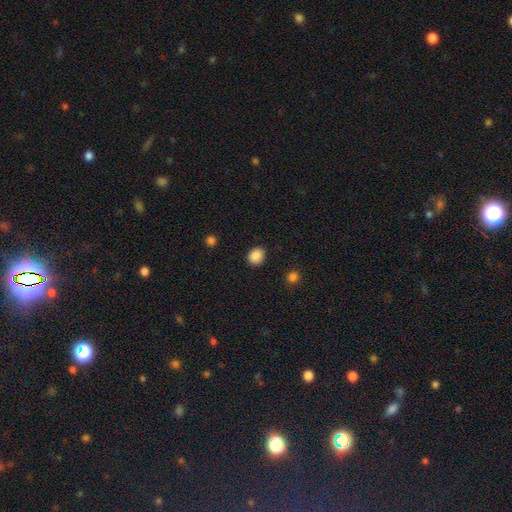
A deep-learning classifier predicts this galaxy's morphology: Smooth or featured? Predicted: smooth (p=0.88). How rounded? Predicted: round (p=0.65). Merging? Predicted: none (p=0.88).